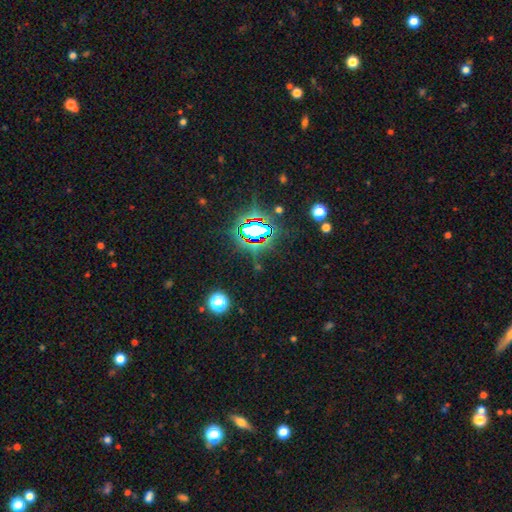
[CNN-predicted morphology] Overall: star or artifact (81%).